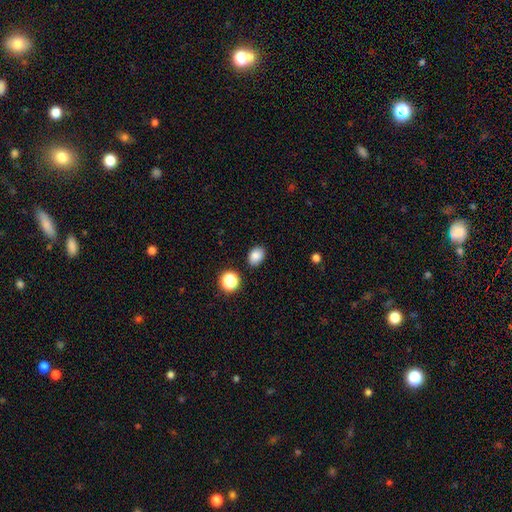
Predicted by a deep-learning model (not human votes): A smooth galaxy with no disk features (84%) that is in between round and cigar-shaped (69%). Merging: none (86%).